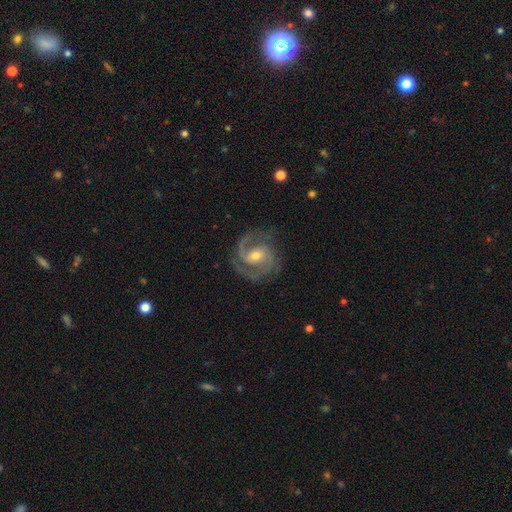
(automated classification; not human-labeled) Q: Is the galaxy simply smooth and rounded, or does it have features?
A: featured or disk — 92%.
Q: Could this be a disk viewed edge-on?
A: no — 98%.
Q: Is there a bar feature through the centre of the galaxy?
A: weak — 45%.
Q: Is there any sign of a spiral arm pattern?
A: yes — 98%.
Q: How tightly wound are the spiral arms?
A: medium — 50%.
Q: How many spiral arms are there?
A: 2 — 80%.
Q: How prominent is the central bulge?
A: moderate — 53%.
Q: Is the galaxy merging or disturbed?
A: none — 79%.